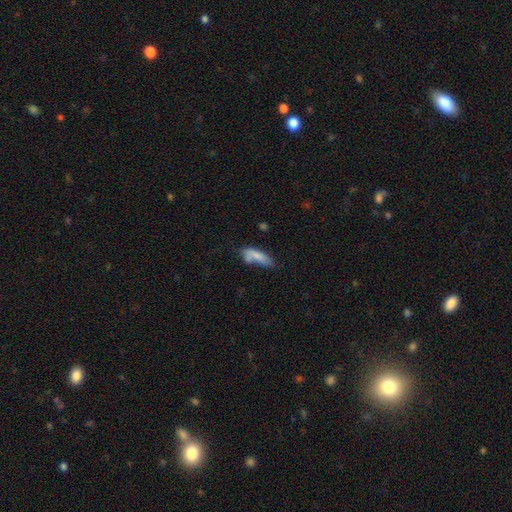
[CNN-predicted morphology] This is likely a smooth galaxy (75%). How rounded: possibly in between (58%). Merging: marginally none (42%).